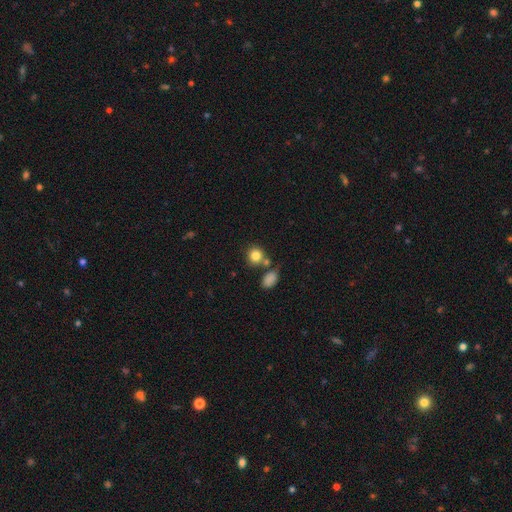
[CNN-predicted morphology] smooth_or_featured: smooth (p=0.84) [alt: star or artifact p=0.10]
how_rounded: round (p=0.82) [alt: in between p=0.17]
merging: none (p=0.65) [alt: merger p=0.19]